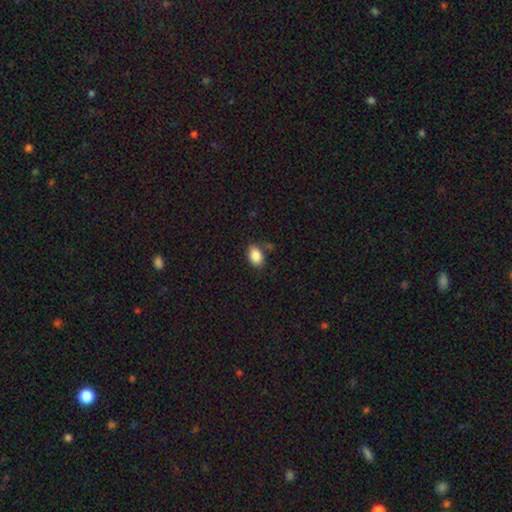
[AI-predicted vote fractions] Smooth or featured: smooth — 87% (star or artifact — 8%)
How rounded: in between — 80% (round — 19%)
Merging: none — 75% (minor disturbance — 16%)